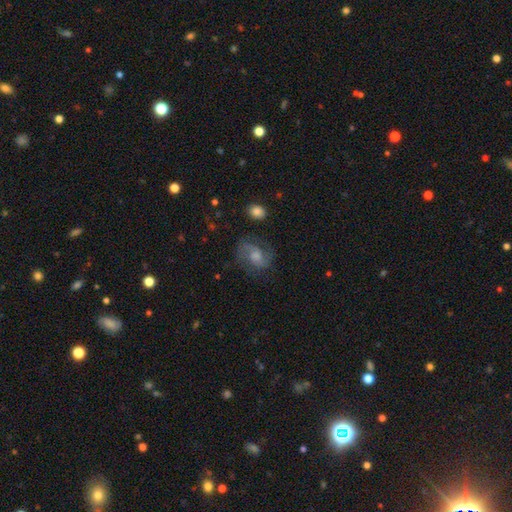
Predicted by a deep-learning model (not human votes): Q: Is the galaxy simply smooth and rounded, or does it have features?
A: featured or disk — 71%.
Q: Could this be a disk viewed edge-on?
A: no — 97%.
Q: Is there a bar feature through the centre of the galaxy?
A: no — 52%.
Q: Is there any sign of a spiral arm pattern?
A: yes — 94%.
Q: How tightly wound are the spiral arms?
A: medium — 53%.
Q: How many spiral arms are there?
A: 2 — 82%.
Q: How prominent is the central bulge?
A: moderate — 48%.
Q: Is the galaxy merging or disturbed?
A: none — 76%.